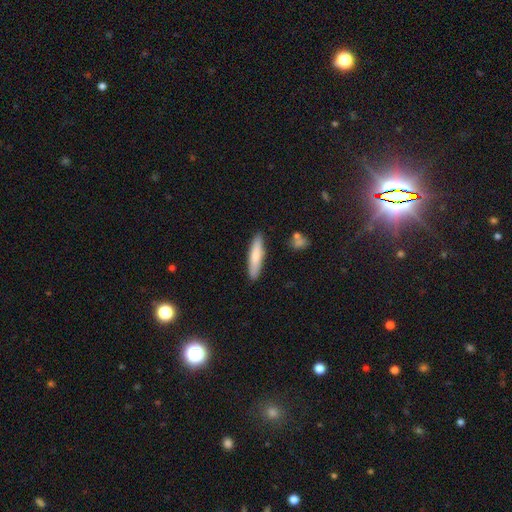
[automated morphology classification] Q: Smooth or featured?
A: smooth (76%); runner-up: featured or disk (19%)
Q: How rounded?
A: cigar-shaped (84%); runner-up: in between (15%)
Q: Merging?
A: none (88%); runner-up: minor disturbance (8%)